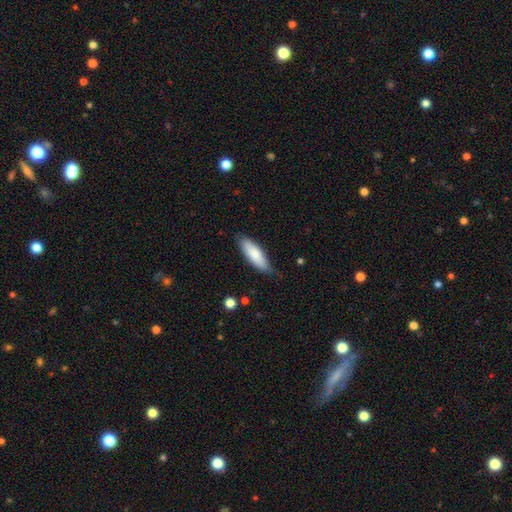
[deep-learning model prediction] Smooth or featured? Predicted: smooth (p=0.81). How rounded? Predicted: in between (p=0.55). Merging? Predicted: none (p=0.77).